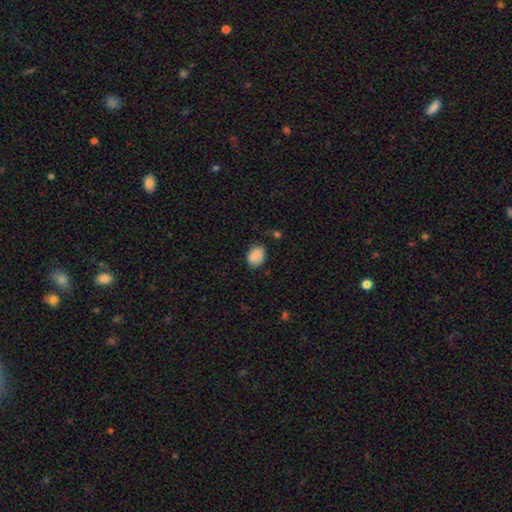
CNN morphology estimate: Smooth or featured? Predicted: smooth (p=0.88). How rounded? Predicted: in between (p=0.71). Merging? Predicted: none (p=0.74).